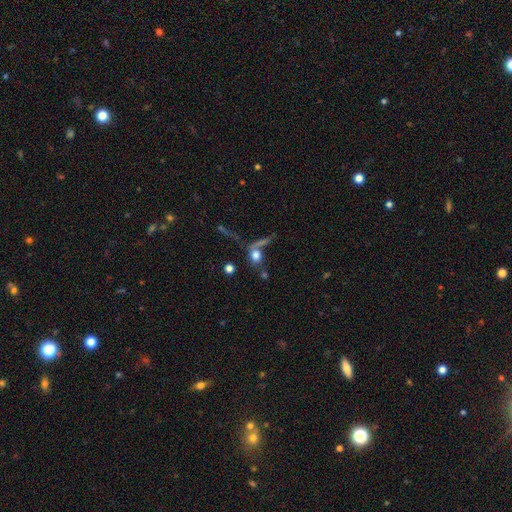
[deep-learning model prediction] Overall: smooth (72%). How rounded: round (65%; in between 29%). Merging: none (43%; merger 29%).